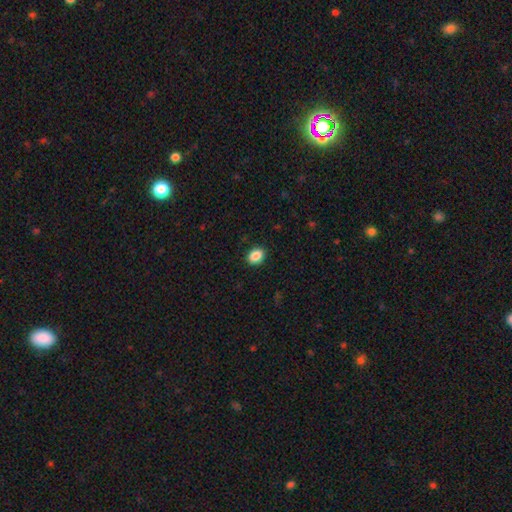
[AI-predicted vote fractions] A smooth galaxy with no disk features (88%) that is in between round and cigar-shaped (66%). Merging: none (90%).